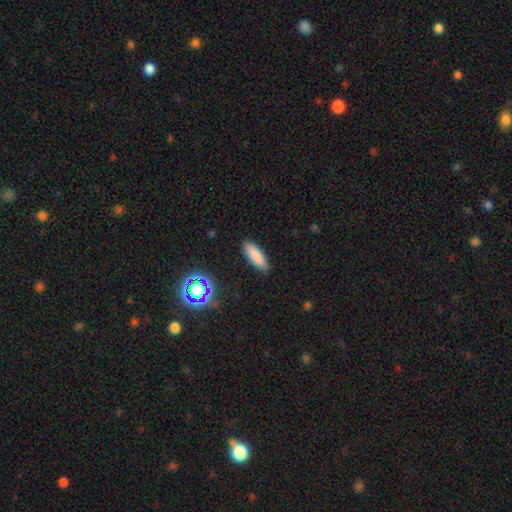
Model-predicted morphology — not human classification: This appears to be a smooth galaxy with no disk features (84%) that is in between round and cigar-shaped (53%). Merging: none (88%).